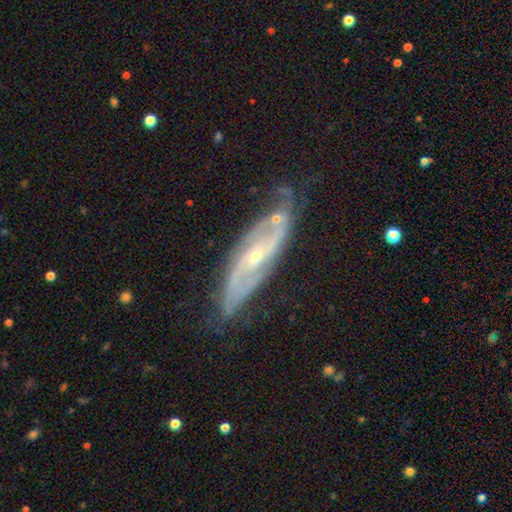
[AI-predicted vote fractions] The model was most divided on "bar": no: 47%, weak: 36%, strong: 17%. Remaining: spiral arms — yes (93%); smooth or featured — featured or disk (86%); edge-on disk — no (85%); bulge size — small (70%); spiral arm count — 2 (70%); merging — none (63%); spiral winding — medium (45%).